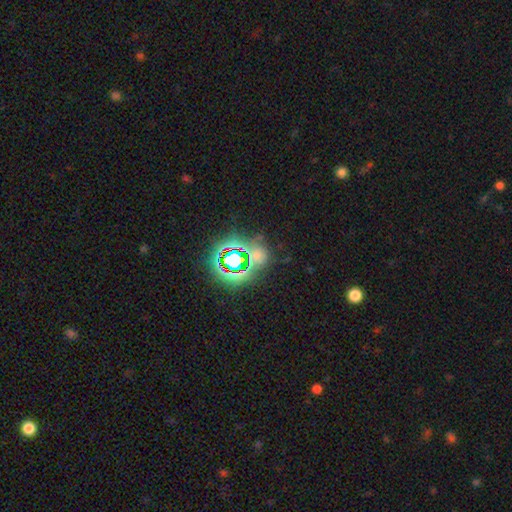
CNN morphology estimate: Smooth or featured: star or artifact — 65% (smooth — 25%)